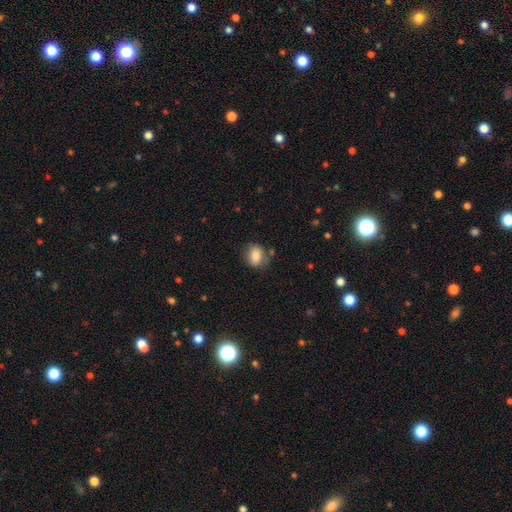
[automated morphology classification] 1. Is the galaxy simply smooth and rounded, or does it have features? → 79% smooth, 13% featured or disk, 8% star or artifact.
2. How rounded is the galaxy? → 56% in between, 42% round, 1% cigar-shaped.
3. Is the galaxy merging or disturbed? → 70% none, 19% minor disturbance, 6% major disturbance, 5% merger.